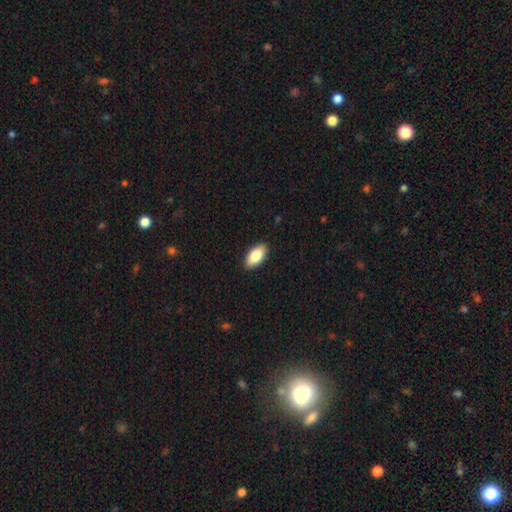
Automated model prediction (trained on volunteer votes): This is clearly a smooth galaxy (84%). How rounded: clearly in between (93%). Merging: clearly none (90%).